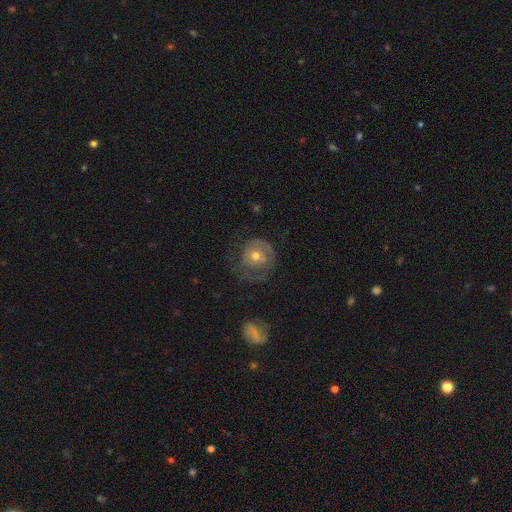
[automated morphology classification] A featured or disk galaxy (53%) with no bar (82%), spiral arms (57%) and a moderate central bulge (62%).

Vote fractions:
- Smooth or featured? featured or disk: 53% / smooth: 39% / star or artifact: 9%
- Edge-on disk? no: 97% / yes: 3%
- Bar? no: 82% / weak: 15% / strong: 3%
- Spiral arms? yes: 57% / no: 43%
- Bulge size? moderate: 62% / small: 31% / large: 4% / none: 1% / dominant: 1%
- Merging? none: 44% / major disturbance: 31% / minor disturbance: 23% / merger: 2%